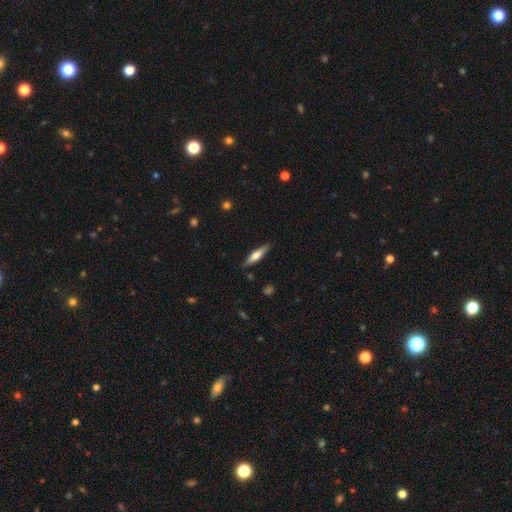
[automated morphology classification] smooth_or_featured: smooth (p=0.50) [alt: featured or disk p=0.44]
how_rounded: cigar-shaped (p=0.76) [alt: in between p=0.22]
merging: none (p=0.86) [alt: minor disturbance p=0.10]